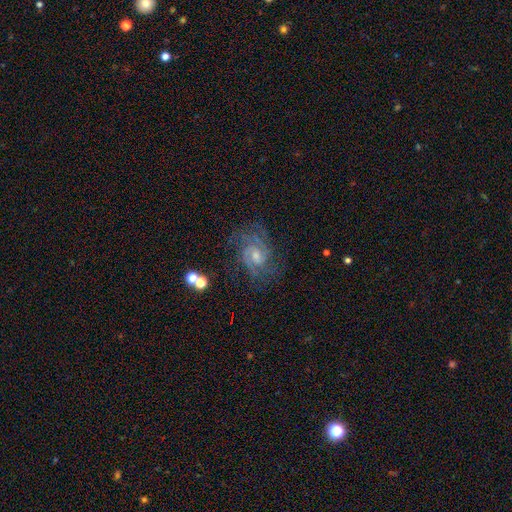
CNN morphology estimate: A featured or disk galaxy (83%) with a weak bar (48%), 2 (35%) tight (52%) spiral arms (97%) and a moderate central bulge (45%, tied with small).

Vote fractions:
- Smooth or featured? featured or disk: 83% / star or artifact: 10% / smooth: 7%
- Edge-on disk? no: 97% / yes: 3%
- Bar? weak: 48% / no: 42% / strong: 10%
- Spiral arms? yes: 97% / no: 3%
- Spiral winding? tight: 52% / medium: 40% / loose: 8%
- Spiral arm count? 2: 35% / 3: 25% / can't tell: 20% / 4: 9% / 1: 5% / more than 4: 5%
- Bulge size? moderate: 45% (tied) / small: 45% (tied) / none: 5% / large: 3% / dominant: 1%
- Merging? none: 74% / minor disturbance: 16% / major disturbance: 9% / merger: 2%